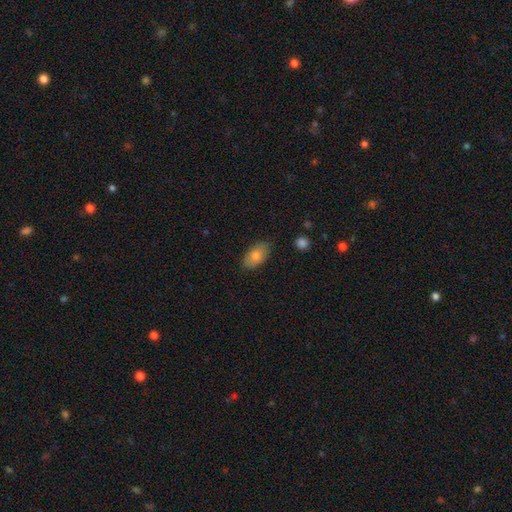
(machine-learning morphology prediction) A smooth galaxy with no disk features (76%) that is in between round and cigar-shaped (92%). Merging: none (77%).